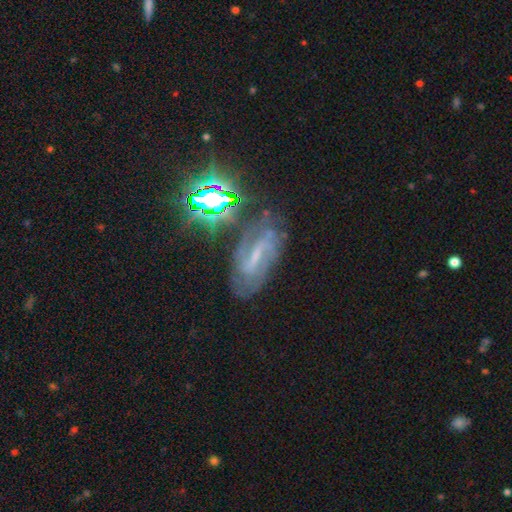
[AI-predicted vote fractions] Smooth or featured? featured or disk (67%)
Edge-on disk? no (92%)
Bar? strong (44%)
Spiral arms? yes (86%)
Spiral winding? medium (42%)
Spiral arm count? 2 (57%)
Bulge size? small (49%)
Merging? none (65%)